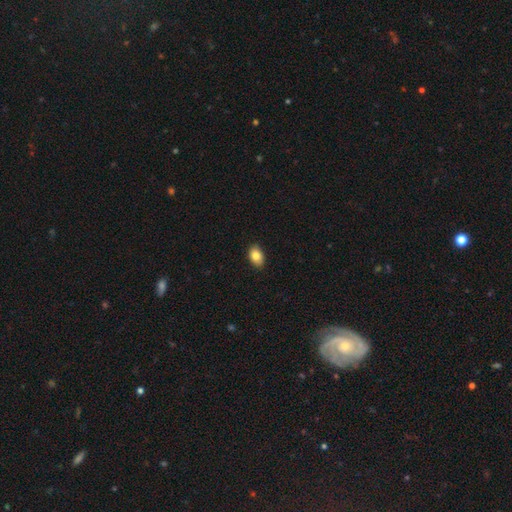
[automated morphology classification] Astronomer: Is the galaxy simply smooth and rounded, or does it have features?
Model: smooth — 83%.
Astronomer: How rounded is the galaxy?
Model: in between — 88%.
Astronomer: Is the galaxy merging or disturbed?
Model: none — 88%.